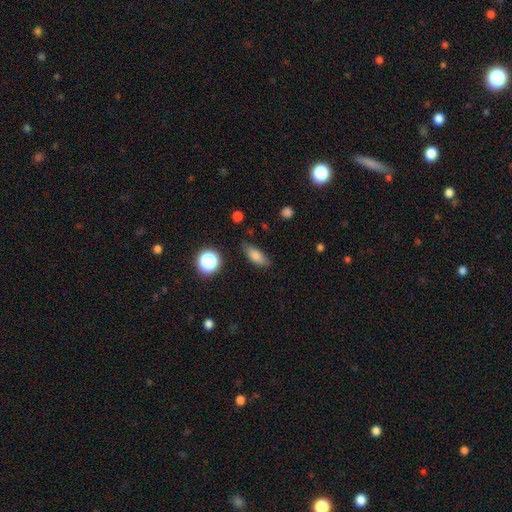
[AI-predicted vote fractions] The model was most divided on "how rounded": in between: 74%, cigar-shaped: 19%, round: 6%. More confident: smooth or featured — smooth (79%); merging — none (76%).